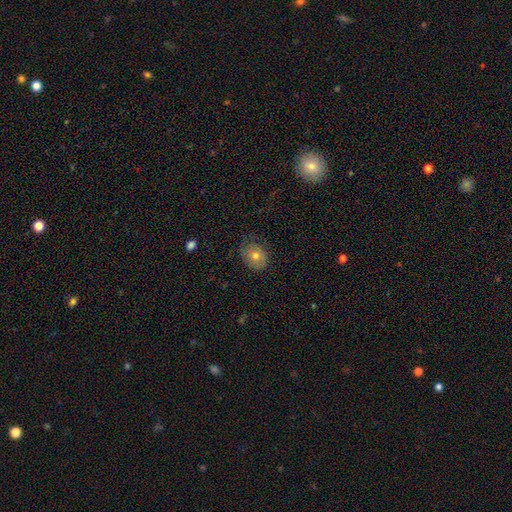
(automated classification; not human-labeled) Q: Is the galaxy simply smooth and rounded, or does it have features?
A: smooth — 60%.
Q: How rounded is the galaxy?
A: round — 61%.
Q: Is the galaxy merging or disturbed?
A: none — 68%.